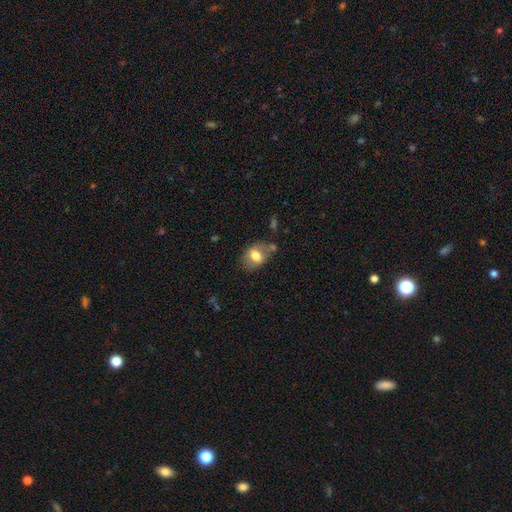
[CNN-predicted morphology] Smooth or featured: smooth — 70% (featured or disk — 22%)
How rounded: in between — 70% (round — 28%)
Merging: none — 61% (minor disturbance — 21%)